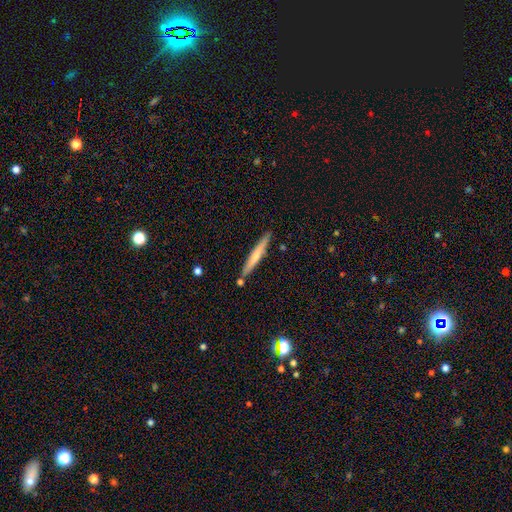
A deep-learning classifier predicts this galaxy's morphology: Smooth or featured? smooth (53%)
How rounded? cigar-shaped (95%)
Merging? none (82%)